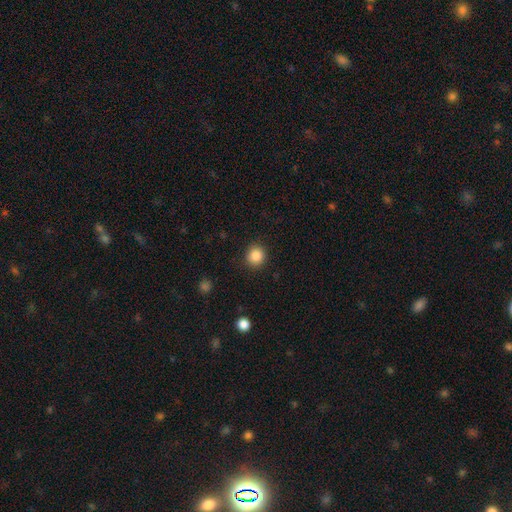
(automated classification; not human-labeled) Smooth or featured?
  - smooth: 86% *
  - star or artifact: 10%
  - featured or disk: 4%
How rounded?
  - round: 91% *
  - in between: 8%
  - cigar-shaped: 1%
Merging?
  - none: 89% *
  - minor disturbance: 7%
  - major disturbance: 3%
  - merger: 1%